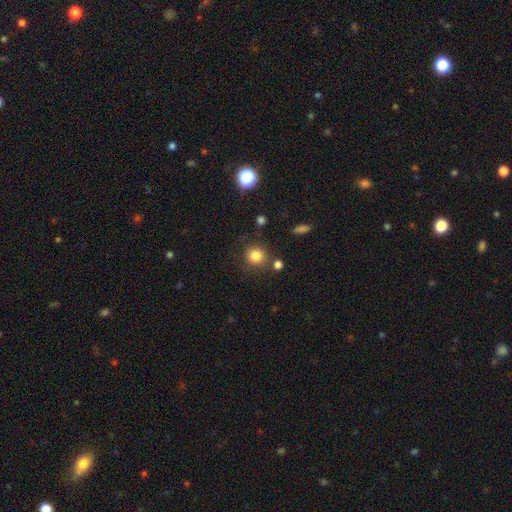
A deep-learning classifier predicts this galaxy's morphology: type=smooth (83%); roundness=round (90%); merging=none (80%).